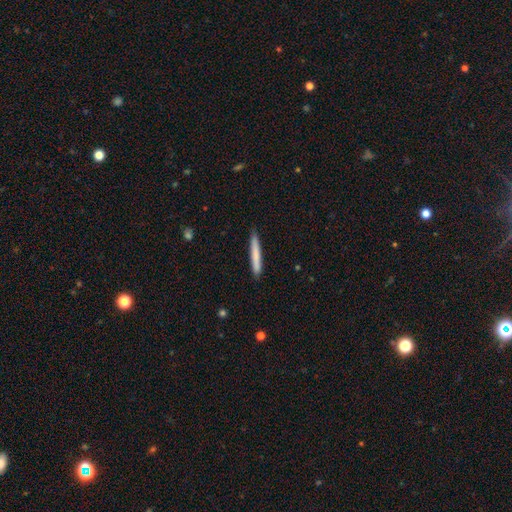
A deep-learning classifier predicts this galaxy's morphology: Smooth or featured? smooth (76%)
How rounded? cigar-shaped (96%)
Merging? none (90%)